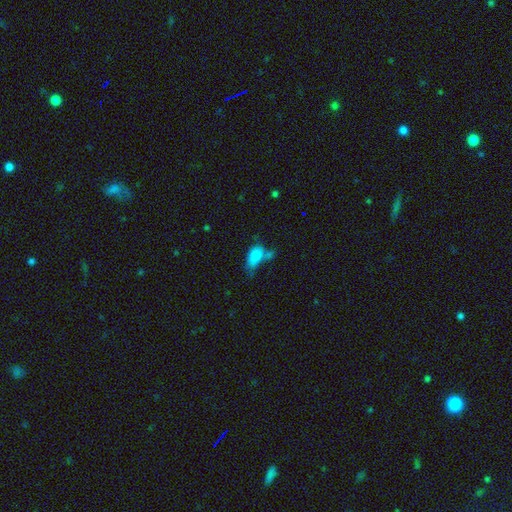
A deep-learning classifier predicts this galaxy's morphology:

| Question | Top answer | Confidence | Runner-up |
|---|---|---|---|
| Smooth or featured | smooth | 79% | featured or disk (11%) |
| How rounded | in between | 88% | round (7%) |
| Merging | merger | 30% | tied: none (30%) |